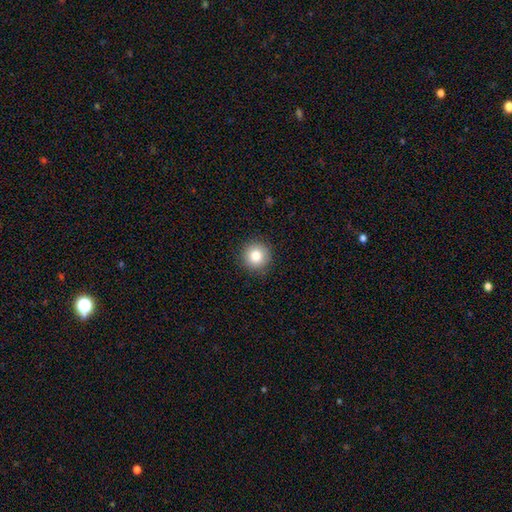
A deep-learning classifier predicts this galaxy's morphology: smooth-or-featured: smooth: 83% | star or artifact: 10% | featured or disk: 7%
  how-rounded: round: 95% | in between: 5% | cigar-shaped: 1%
  merging: none: 91% | minor disturbance: 6% | major disturbance: 2% | merger: 1%